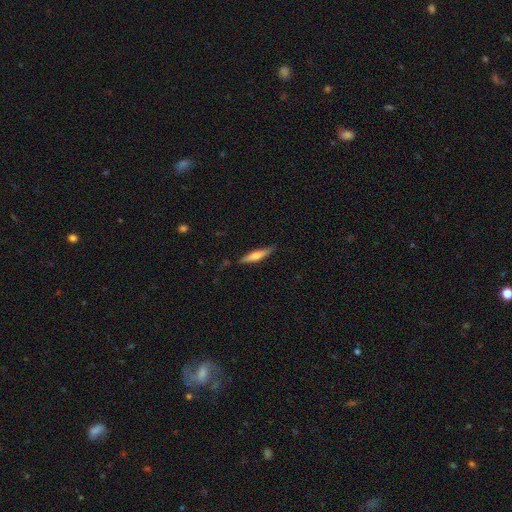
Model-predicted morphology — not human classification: Q: Smooth or featured?
A: smooth (50%); runner-up: featured or disk (44%)
Q: Merging?
A: none (82%); runner-up: minor disturbance (14%)